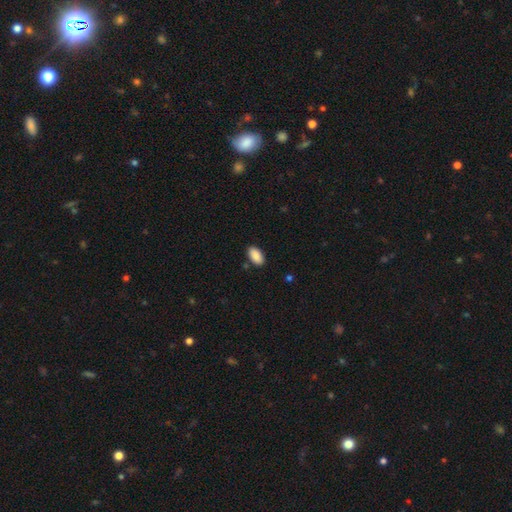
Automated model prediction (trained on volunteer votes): Smooth or featured? Predicted: smooth (p=0.90). How rounded? Predicted: in between (p=0.94). Merging? Predicted: none (p=0.87).